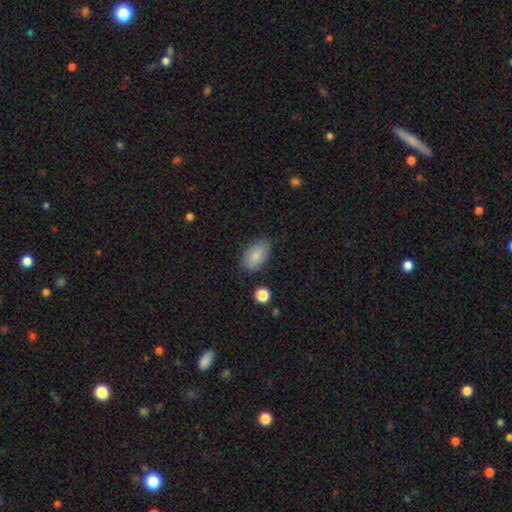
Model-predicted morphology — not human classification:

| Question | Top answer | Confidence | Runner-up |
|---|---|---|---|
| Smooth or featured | smooth | 85% | featured or disk (8%) |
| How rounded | in between | 93% | round (5%) |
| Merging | none | 83% | minor disturbance (12%) |